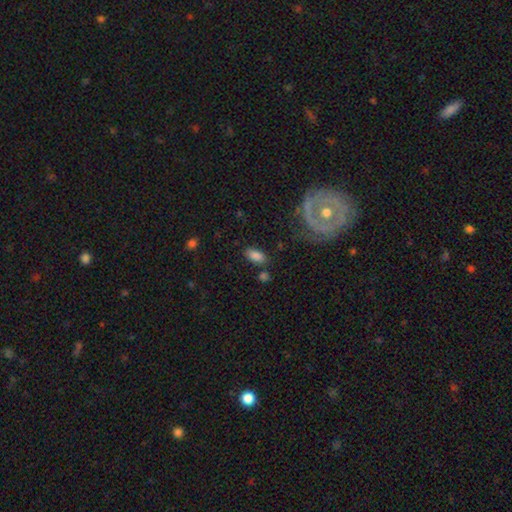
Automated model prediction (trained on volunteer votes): Smooth or featured: smooth — 85% (star or artifact — 8%)
How rounded: in between — 92% (cigar-shaped — 5%)
Merging: none — 78% (minor disturbance — 12%)